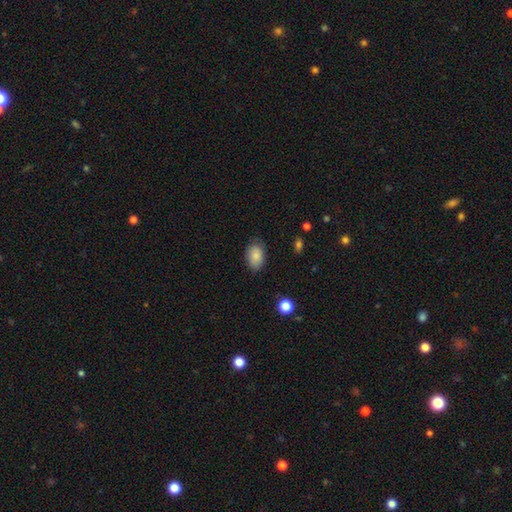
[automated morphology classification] A smooth galaxy with no disk features (86%) that is in between round and cigar-shaped (87%).

Vote fractions:
- Smooth or featured? smooth: 86% / star or artifact: 7% / featured or disk: 7%
- How rounded? in between: 87% / round: 12% / cigar-shaped: 1%
- Merging? none: 79% / minor disturbance: 16% / major disturbance: 4% / merger: 1%